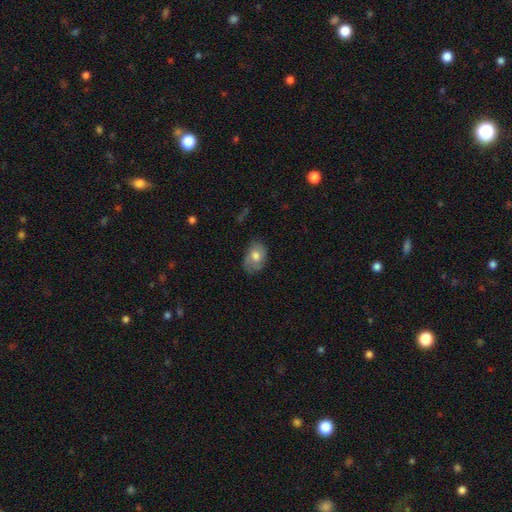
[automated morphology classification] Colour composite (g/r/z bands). It shows a smooth galaxy with no disk features (68%) that is in between round and cigar-shaped (80%). Merging: none (66%).